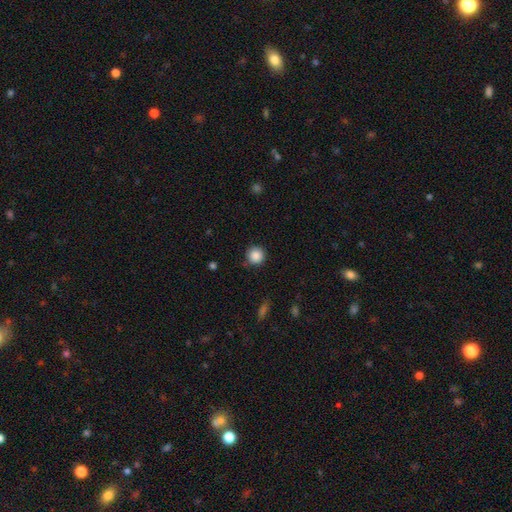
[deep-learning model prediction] Smooth or featured? smooth (87%)
How rounded? round (94%)
Merging? none (83%)